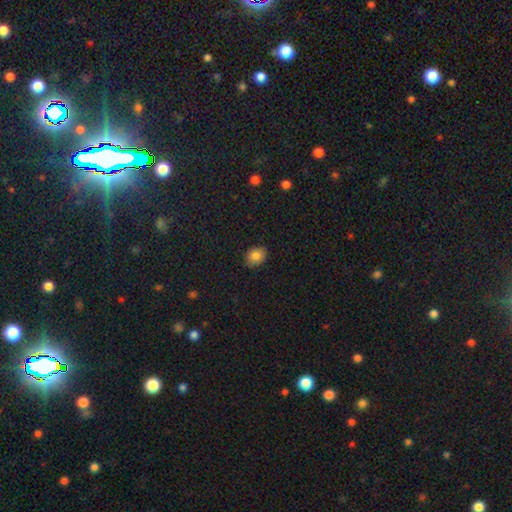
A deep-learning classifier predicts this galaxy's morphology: smooth_or_featured: smooth (p=0.84) [alt: star or artifact p=0.09]
how_rounded: in between (p=0.66) [alt: round p=0.33]
merging: none (p=0.87) [alt: minor disturbance p=0.10]